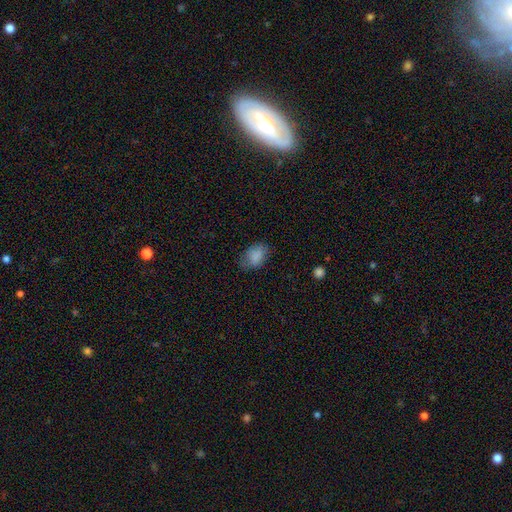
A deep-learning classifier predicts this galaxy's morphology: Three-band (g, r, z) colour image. It shows a smooth galaxy with no disk features (85%) that is in between round and cigar-shaped (80%). Merging: none (67%).